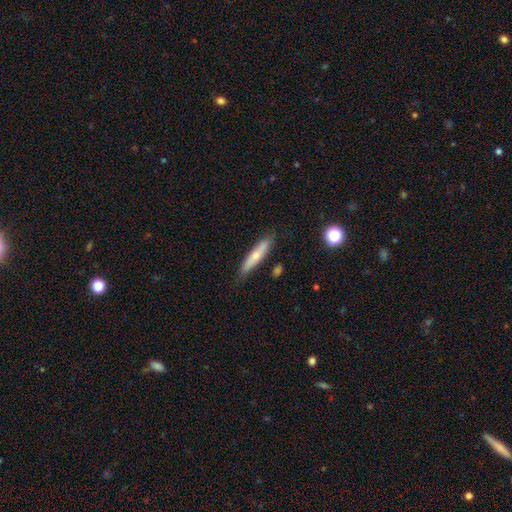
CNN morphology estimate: Smooth or featured: smooth — 57% (featured or disk — 37%)
How rounded: cigar-shaped — 86% (in between — 12%)
Merging: none — 79% (minor disturbance — 16%)